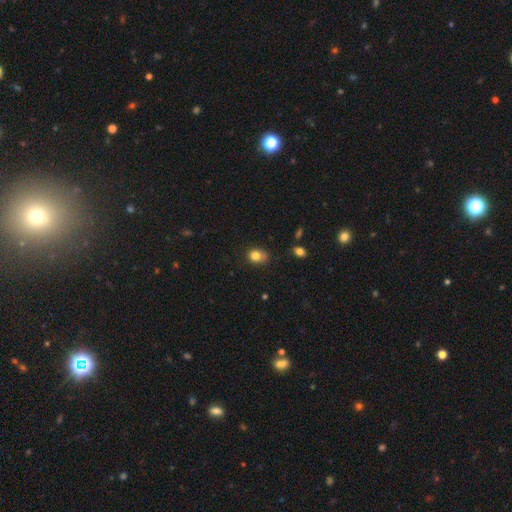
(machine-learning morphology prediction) This appears to be a smooth galaxy with no disk features (81%) that is round (54%). Merging: none (62%).